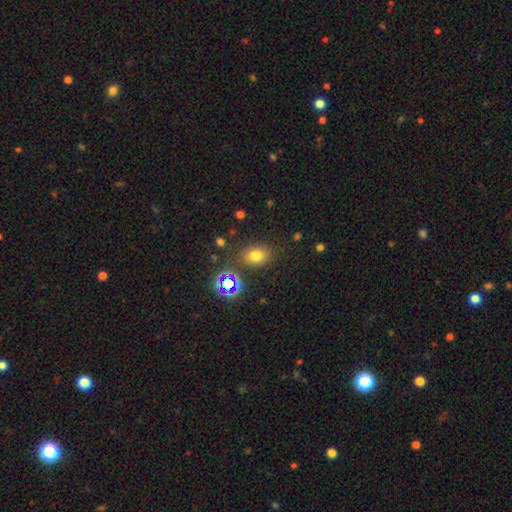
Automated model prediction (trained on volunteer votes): A smooth galaxy with no disk features (69%) that is in between round and cigar-shaped (63%).

Vote fractions:
- Smooth or featured? smooth: 69% / star or artifact: 22% / featured or disk: 9%
- How rounded? in between: 63% / round: 36% / cigar-shaped: 1%
- Merging? none: 80% / minor disturbance: 11% / merger: 4% / major disturbance: 4%